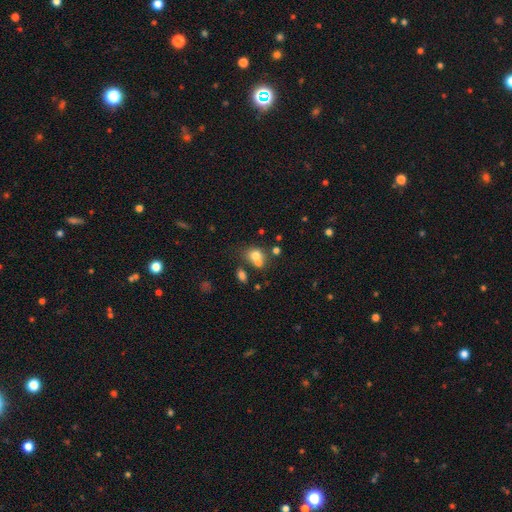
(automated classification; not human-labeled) This is likely a smooth galaxy (73%). How rounded: likely round (61%). Merging: marginally merger (44%).